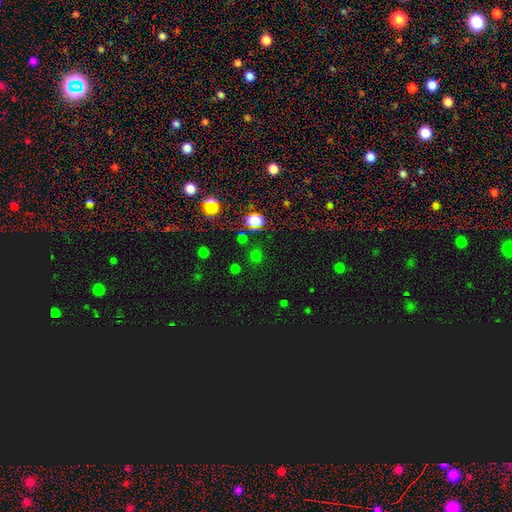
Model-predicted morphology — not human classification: smooth-or-featured: smooth: 50% | star or artifact: 44% | featured or disk: 6%
  how-rounded: round: 88% | in between: 10% | cigar-shaped: 1%
  merging: none: 83% | minor disturbance: 9% | merger: 4% | major disturbance: 4%